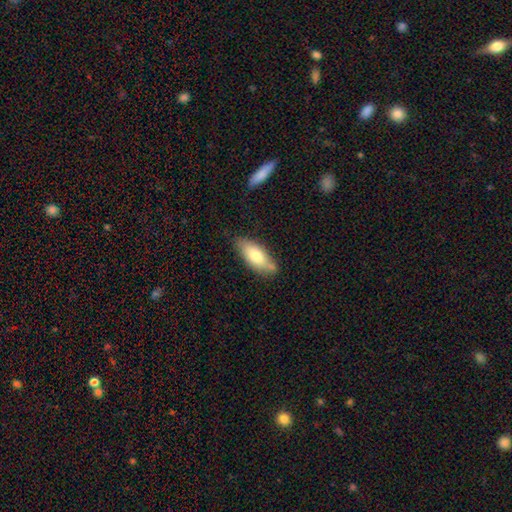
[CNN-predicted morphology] Overall: smooth (72%). How rounded: in between (81%). Merging: none (70%).